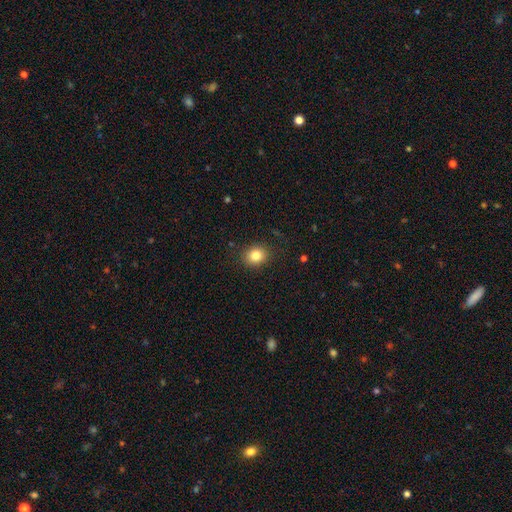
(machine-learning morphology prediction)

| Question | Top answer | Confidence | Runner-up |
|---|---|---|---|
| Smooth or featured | smooth | 83% | star or artifact (11%) |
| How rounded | round | 70% | in between (29%) |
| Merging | none | 88% | minor disturbance (9%) |